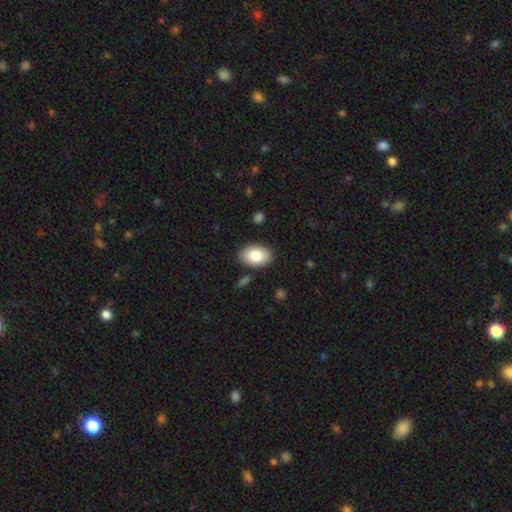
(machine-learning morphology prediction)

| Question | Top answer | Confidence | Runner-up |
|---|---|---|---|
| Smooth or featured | smooth | 83% | featured or disk (10%) |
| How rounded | in between | 88% | round (10%) |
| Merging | none | 84% | minor disturbance (11%) |